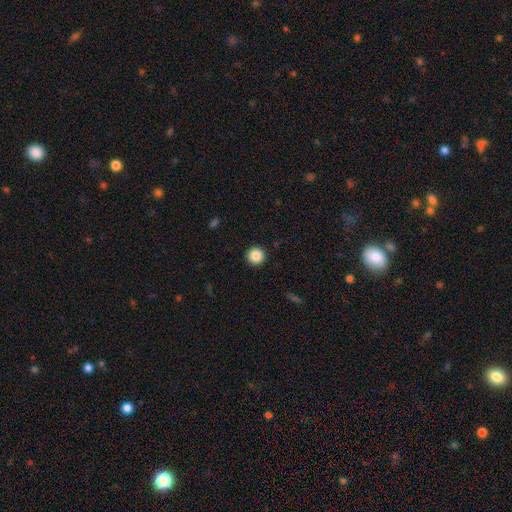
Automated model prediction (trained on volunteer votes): This is clearly a smooth galaxy (87%). How rounded: clearly round (96%). Merging: clearly none (93%).